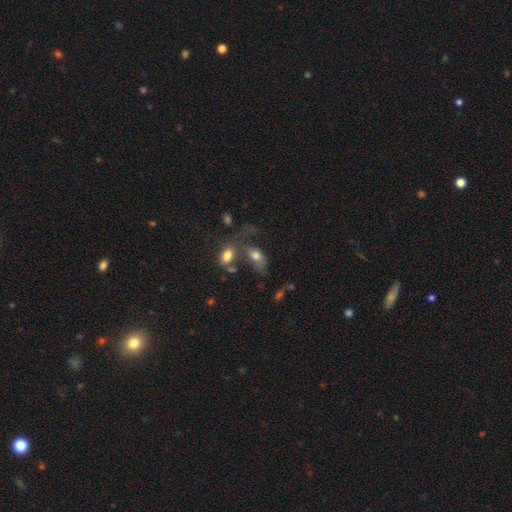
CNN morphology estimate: Smooth or featured? Predicted: smooth (p=0.73). How rounded? Predicted: in between (p=0.88). Merging? Predicted: merger (p=0.35).